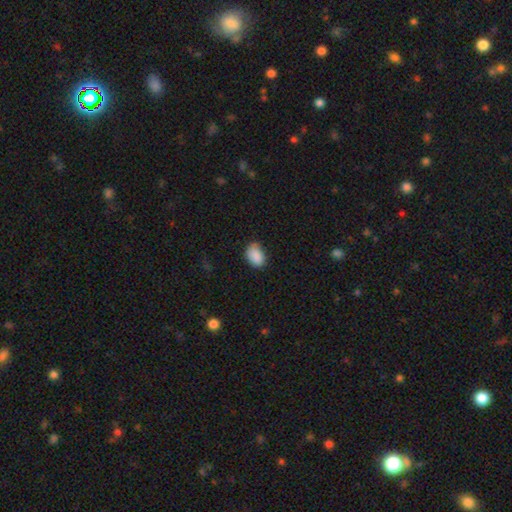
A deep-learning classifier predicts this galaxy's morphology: Smooth or featured? smooth (88%)
How rounded? in between (81%)
Merging? none (68%)